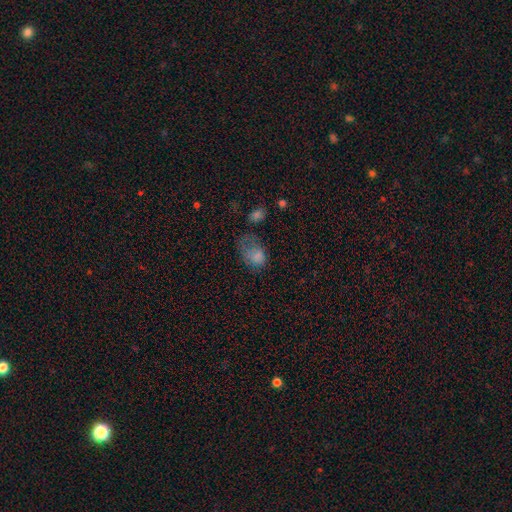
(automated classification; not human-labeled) smooth 72%, featured or disk 15%, star or artifact 13%. Down the decision tree: how rounded — in between (79%); merging — major disturbance (44%).